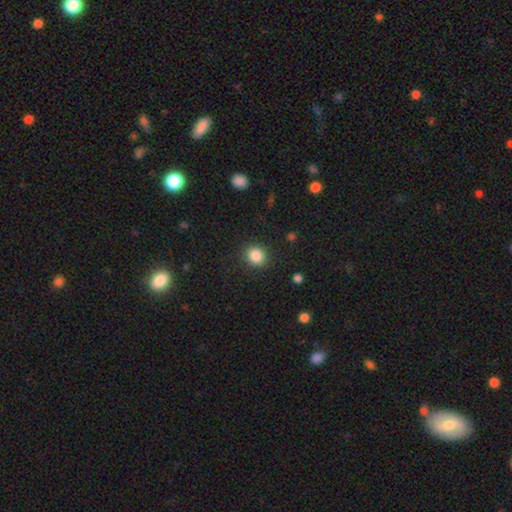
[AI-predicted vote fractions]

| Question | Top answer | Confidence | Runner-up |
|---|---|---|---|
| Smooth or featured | smooth | 86% | star or artifact (10%) |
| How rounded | round | 83% | in between (16%) |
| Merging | none | 89% | minor disturbance (7%) |